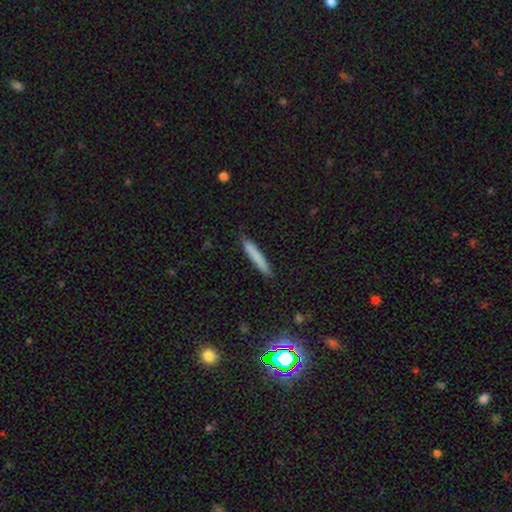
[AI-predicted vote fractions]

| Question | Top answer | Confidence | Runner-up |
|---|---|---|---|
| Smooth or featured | smooth | 77% | featured or disk (15%) |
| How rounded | cigar-shaped | 95% | in between (4%) |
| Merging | none | 86% | minor disturbance (10%) |